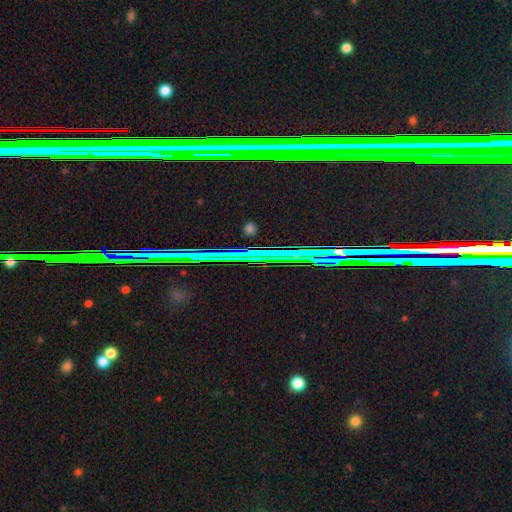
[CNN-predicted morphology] This appears to be a star or artifact, not a galaxy (83%).